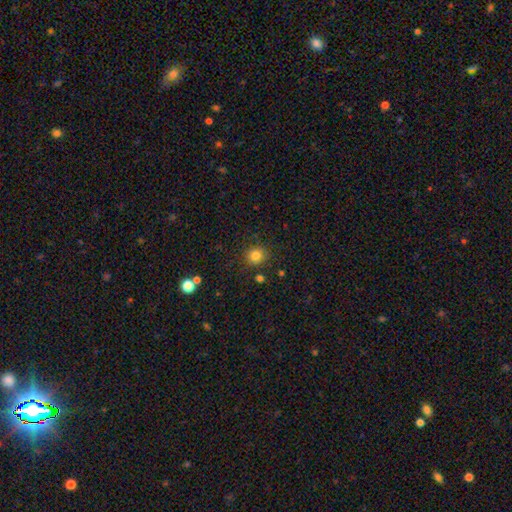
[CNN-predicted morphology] Smooth or featured? smooth (82%)
How rounded? round (89%)
Merging? none (86%)